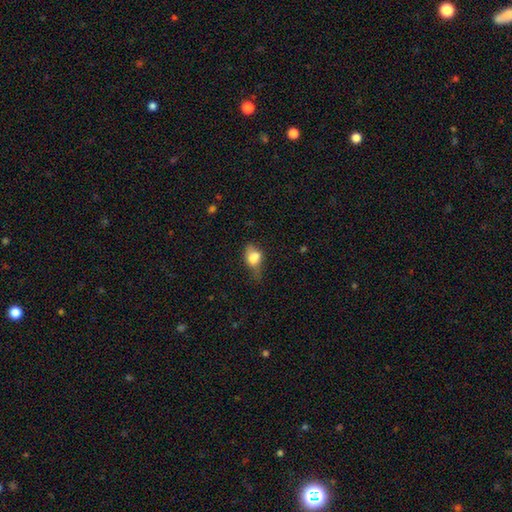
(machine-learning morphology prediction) Overall: smooth (73%). How rounded: in between (72%). Merging: minor disturbance (35%; none 32%).